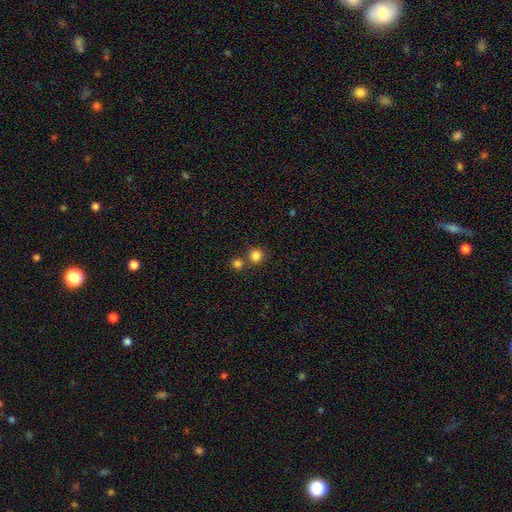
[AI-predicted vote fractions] Smooth or featured? Predicted: smooth (p=0.83). How rounded? Predicted: round (p=0.93). Merging? Predicted: none (p=0.71).